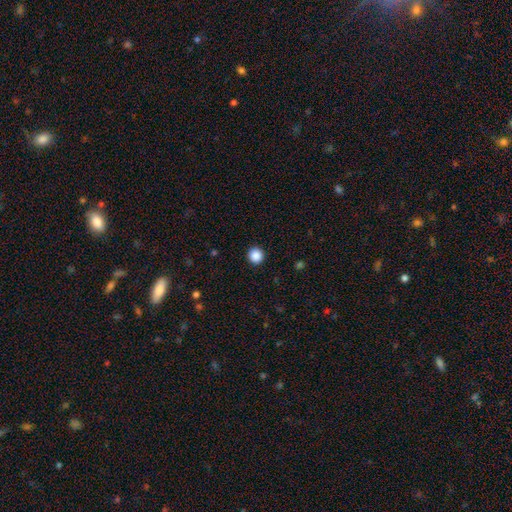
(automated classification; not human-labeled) A smooth galaxy with no disk features (87%) that is round (95%). Merging: none (93%).